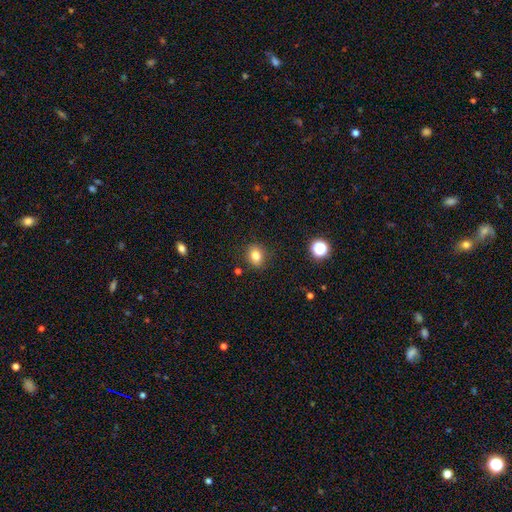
smooth-or-featured: smooth: 92% | featured or disk: 5% | star or artifact: 3%
  how-rounded: in between: 53% | round: 47% | cigar-shaped: 0%
  merging: none: 92% | major disturbance: 5% | minor disturbance: 3% | merger: 0%